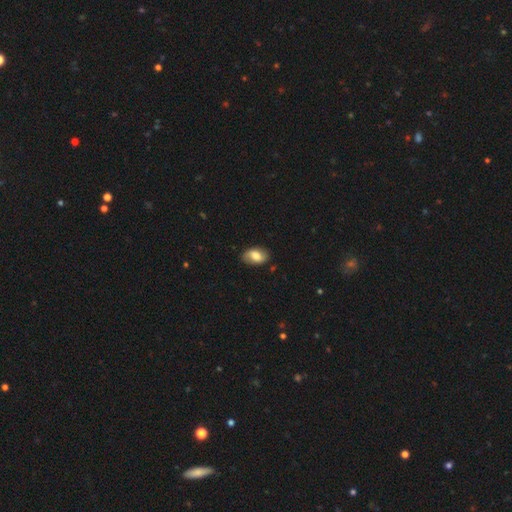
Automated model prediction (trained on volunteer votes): Smooth or featured: smooth — 68% (featured or disk — 25%)
How rounded: in between — 89% (round — 9%)
Merging: none — 79% (minor disturbance — 16%)